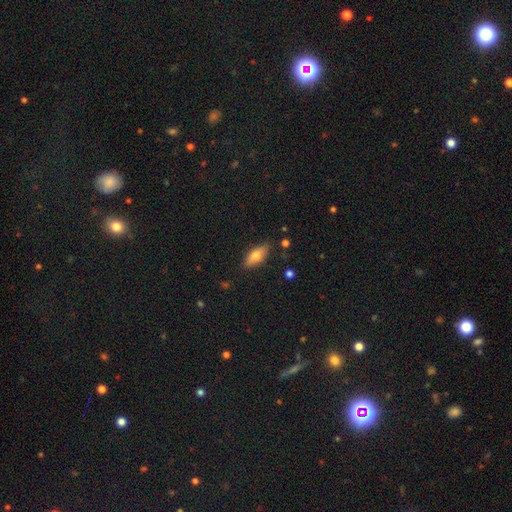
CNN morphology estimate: Smooth or featured? Predicted: smooth (p=0.68). How rounded? Predicted: in between (p=0.74). Merging? Predicted: none (p=0.84).